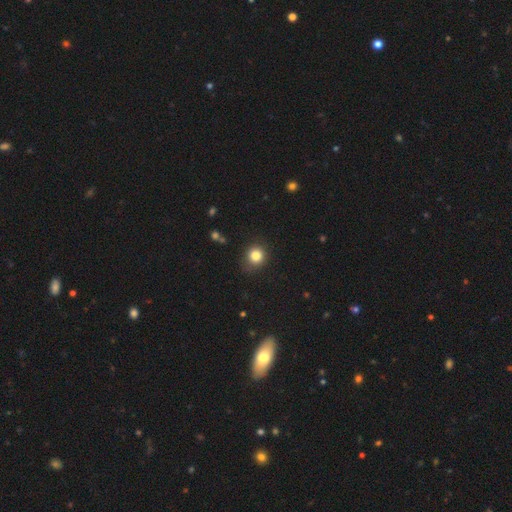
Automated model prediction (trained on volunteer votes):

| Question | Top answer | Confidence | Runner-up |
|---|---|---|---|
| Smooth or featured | smooth | 83% | star or artifact (12%) |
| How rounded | round | 88% | in between (11%) |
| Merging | none | 82% | minor disturbance (13%) |